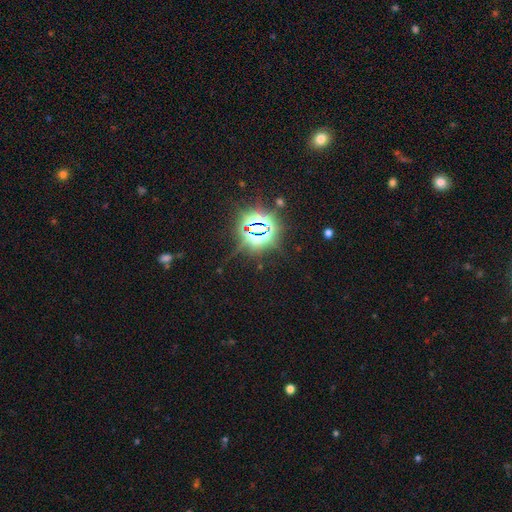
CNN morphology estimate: A star or artifact, not a galaxy (84%).

Vote fractions:
- Smooth or featured? star or artifact: 84% / smooth: 10% / featured or disk: 6%